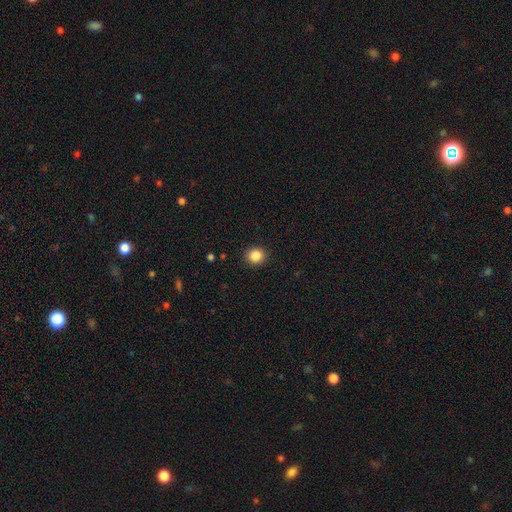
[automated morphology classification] Smooth or featured?
  - smooth: 86% *
  - star or artifact: 10%
  - featured or disk: 4%
How rounded?
  - round: 88% *
  - in between: 11%
  - cigar-shaped: 1%
Merging?
  - none: 92% *
  - minor disturbance: 5%
  - major disturbance: 2%
  - merger: 1%